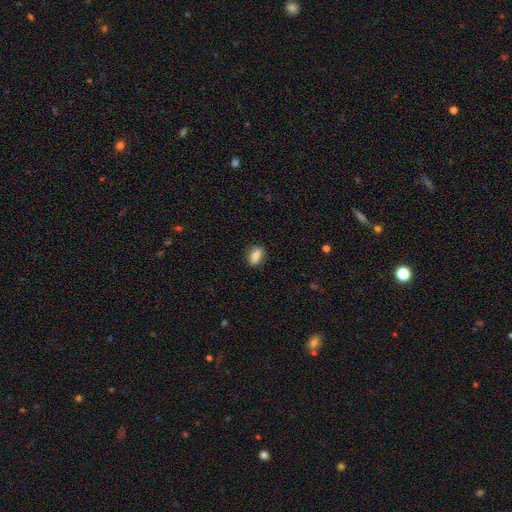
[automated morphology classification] Overall: smooth (84%). How rounded: in between (81%). Merging: none (82%).